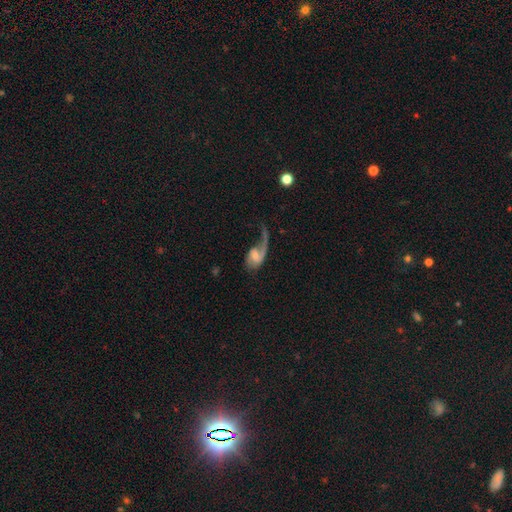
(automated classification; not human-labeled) This is likely a featured or disk galaxy (75%). It is clearly not viewed edge-on (97%). Bar: possibly no (45%). Spiral arm pattern: clearly yes (89%). Spiral arm count: likely 1 (68%). Spiral winding: likely loose (72%). Central bulge: marginally moderate (44%, tied with small). Merging: possibly major disturbance (49%).